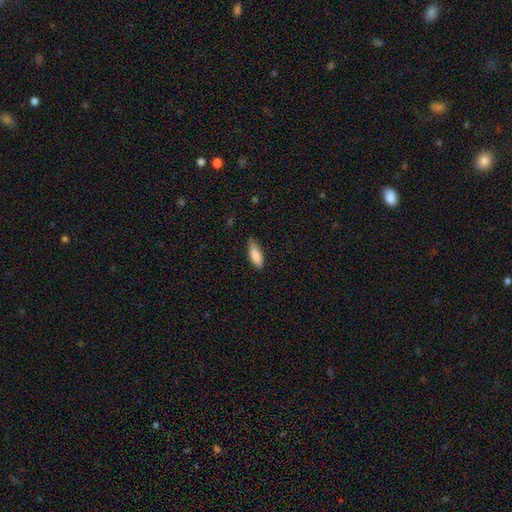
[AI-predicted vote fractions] Overall: smooth (85%). How rounded: in between (57%; cigar-shaped 42%). Merging: none (76%).